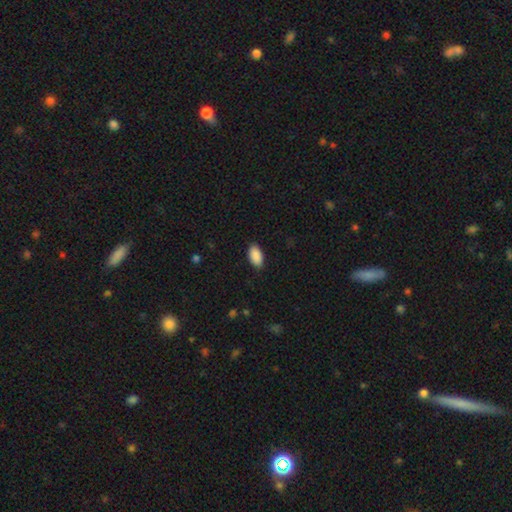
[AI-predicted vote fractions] smooth 91%, star or artifact 6%, featured or disk 3%. Down the decision tree: how rounded — in between (95%); merging — none (88%).